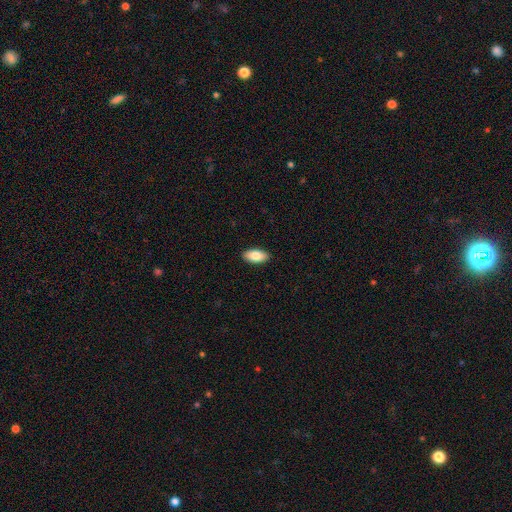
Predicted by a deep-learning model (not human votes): This appears to be a smooth galaxy with no disk features (83%) that is in between round and cigar-shaped (92%). Merging: none (90%).